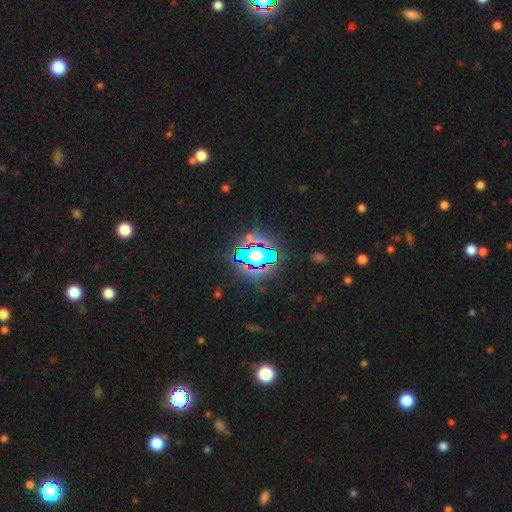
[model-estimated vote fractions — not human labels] smooth_or_featured: star or artifact (p=0.61) [alt: smooth p=0.25]